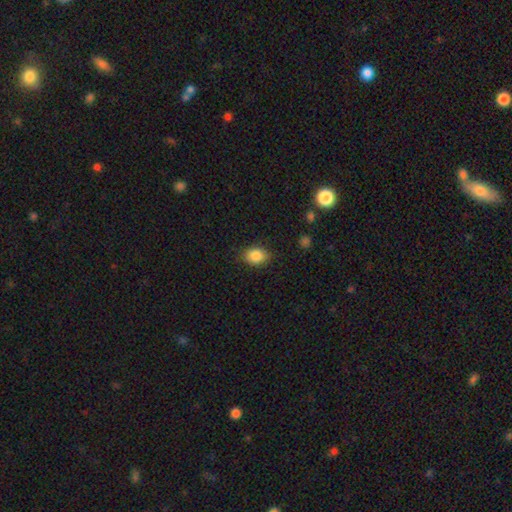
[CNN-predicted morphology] The model was most divided on "how rounded": in between: 71%, round: 28%, cigar-shaped: 1%. More confident: smooth or featured — smooth (86%); merging — none (82%).